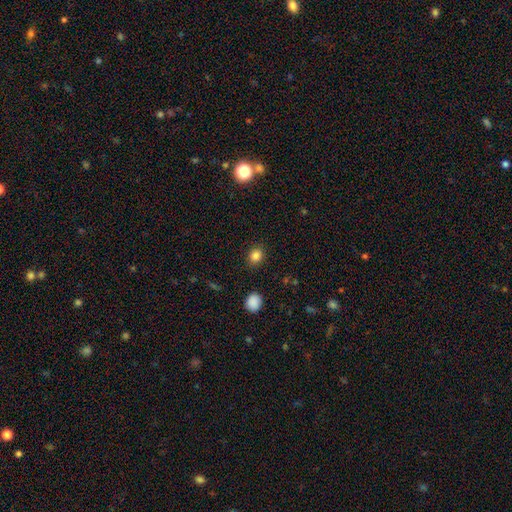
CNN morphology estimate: The model was most divided on "how rounded": round: 65%, in between: 35%, cigar-shaped: 1%. More confident: merging — none (88%); smooth or featured — smooth (84%).